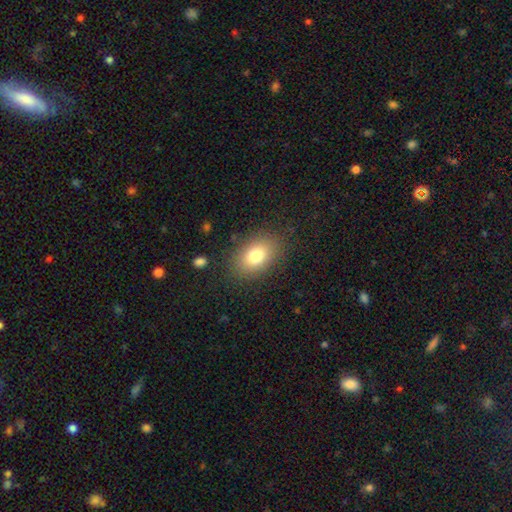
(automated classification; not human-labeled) Smooth or featured?
  - smooth: 78% *
  - featured or disk: 12%
  - star or artifact: 10%
How rounded?
  - in between: 83% *
  - round: 16%
  - cigar-shaped: 1%
Merging?
  - none: 84% *
  - minor disturbance: 10%
  - major disturbance: 4%
  - merger: 1%